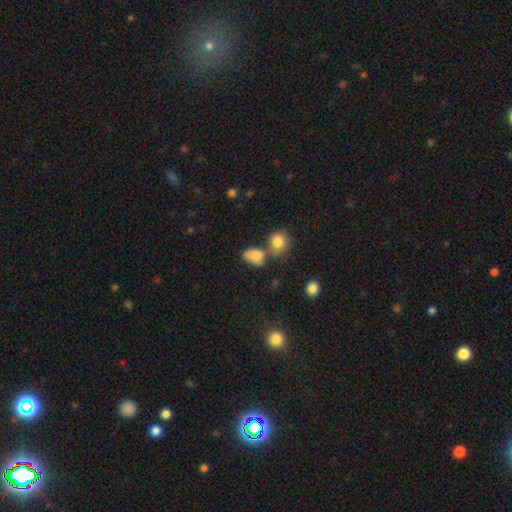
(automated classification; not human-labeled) Morphology: type=smooth (81%); roundness=in between (79%); merging=none (43%).